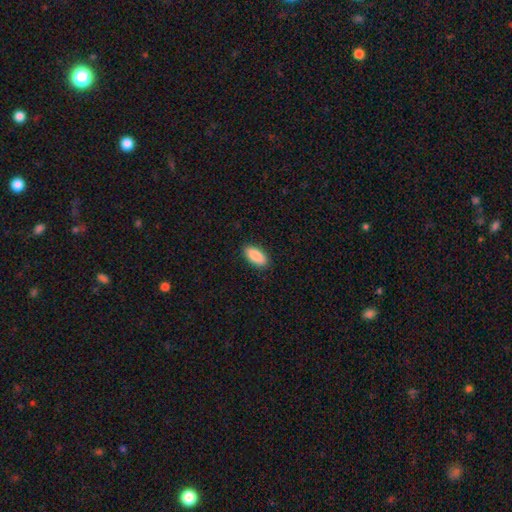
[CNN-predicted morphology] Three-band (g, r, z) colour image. It shows a smooth galaxy with no disk features (90%) that is in between round and cigar-shaped (88%). Merging: none (89%).